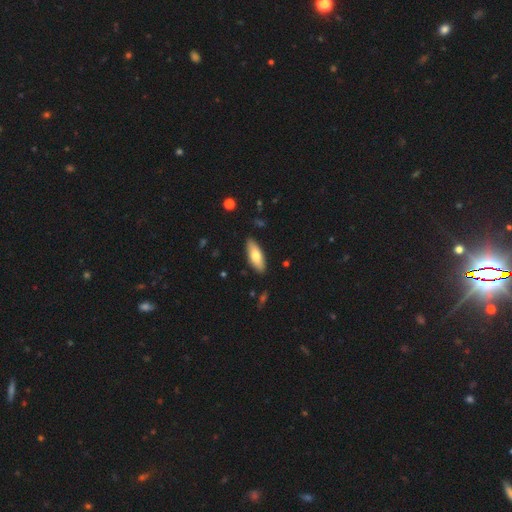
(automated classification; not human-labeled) Smooth or featured?
  - smooth: 74% *
  - featured or disk: 21%
  - star or artifact: 6%
How rounded?
  - in between: 69% *
  - cigar-shaped: 30%
  - round: 2%
Merging?
  - none: 88% *
  - minor disturbance: 9%
  - major disturbance: 2%
  - merger: 1%